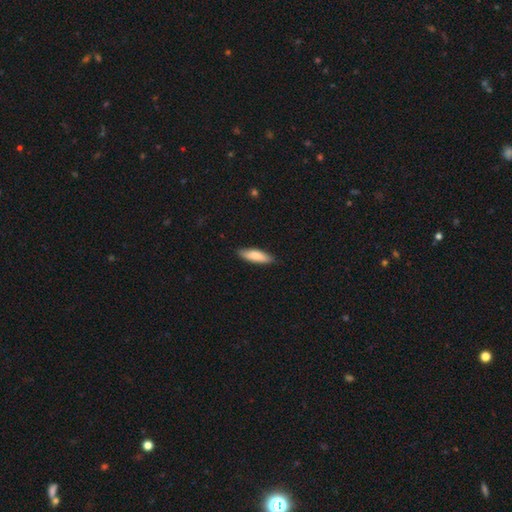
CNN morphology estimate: A smooth galaxy with no disk features (83%) that is cigar-shaped (49%, tied with in between).

Vote fractions:
- Smooth or featured? smooth: 83% / featured or disk: 11% / star or artifact: 5%
- How rounded? cigar-shaped: 49% (tied) / in between: 49% (tied) / round: 2%
- Merging? none: 87% / minor disturbance: 10% / major disturbance: 2% / merger: 1%